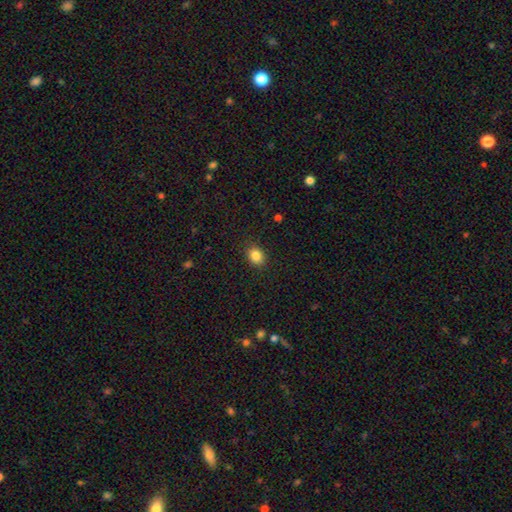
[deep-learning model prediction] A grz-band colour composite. It shows a smooth galaxy with no disk features (85%) that is in between round and cigar-shaped (50%). Merging: none (89%).